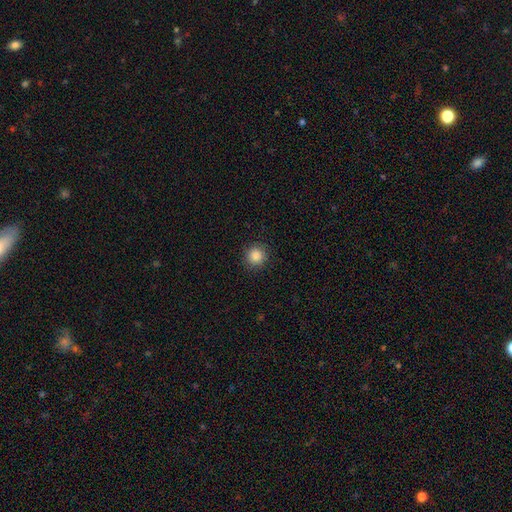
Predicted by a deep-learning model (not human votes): Smooth or featured? smooth (86%)
How rounded? round (93%)
Merging? none (90%)